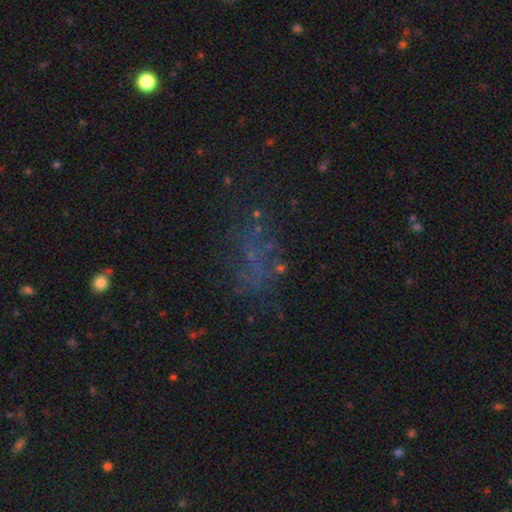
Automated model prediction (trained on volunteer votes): Morphology: type=star or artifact (41%).